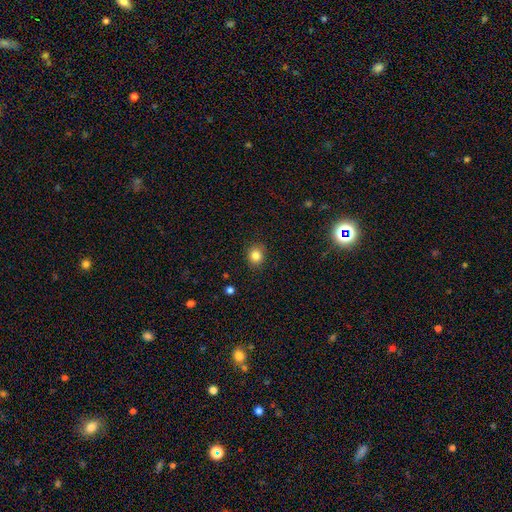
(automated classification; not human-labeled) This appears to be a smooth galaxy with no disk features (83%) that is round (82%). Merging: none (88%).